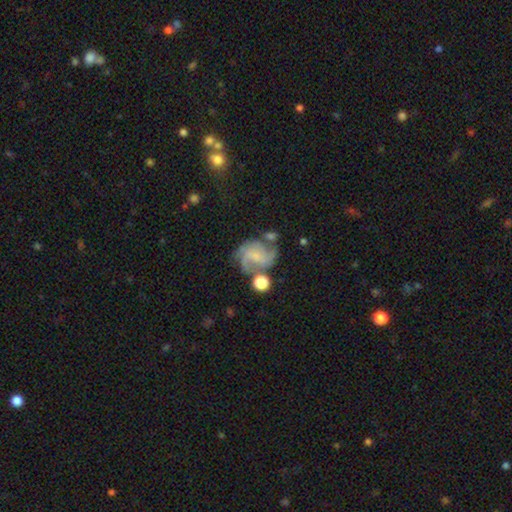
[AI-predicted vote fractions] smooth_or_featured: featured or disk (p=0.72) [alt: smooth p=0.19]
disk_edge_on: no (p=0.98) [alt: yes p=0.02]
bar: no (p=0.49) [alt: weak p=0.41]
has_spiral_arms: yes (p=0.91) [alt: no p=0.09]
spiral_winding: medium (p=0.49) [alt: loose p=0.28]
spiral_arm_count: 2 (p=0.43) [alt: 3 p=0.25]
bulge_size: small (p=0.48) [alt: none p=0.33]
merging: none (p=0.50) [alt: minor disturbance p=0.22]